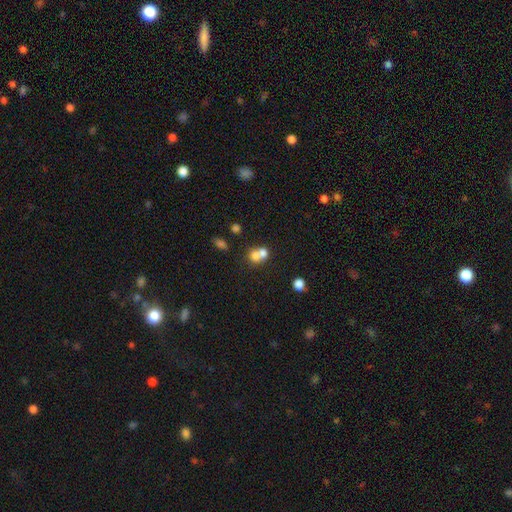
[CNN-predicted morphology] smooth_or_featured: smooth (p=0.70) [alt: featured or disk p=0.18]
how_rounded: round (p=0.71) [alt: in between p=0.28]
merging: merger (p=0.64) [alt: none p=0.27]